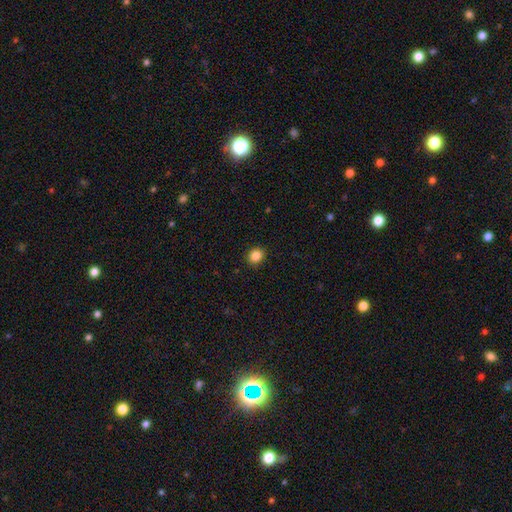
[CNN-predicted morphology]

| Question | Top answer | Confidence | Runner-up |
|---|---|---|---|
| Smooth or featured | smooth | 86% | star or artifact (10%) |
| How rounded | round | 73% | in between (27%) |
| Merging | none | 91% | minor disturbance (6%) |